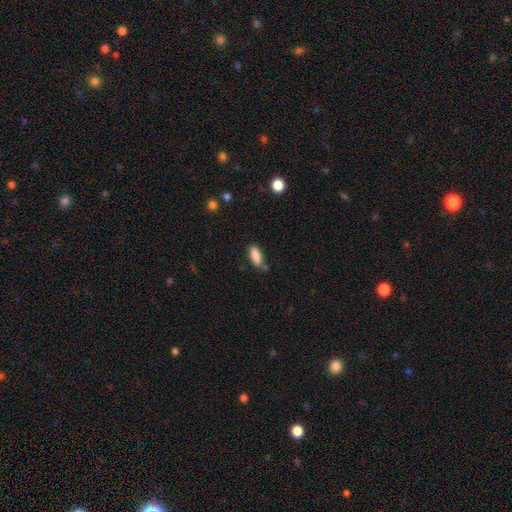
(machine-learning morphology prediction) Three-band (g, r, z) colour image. It shows a smooth galaxy with no disk features (87%) that is in between round and cigar-shaped (75%). Merging: none (72%).